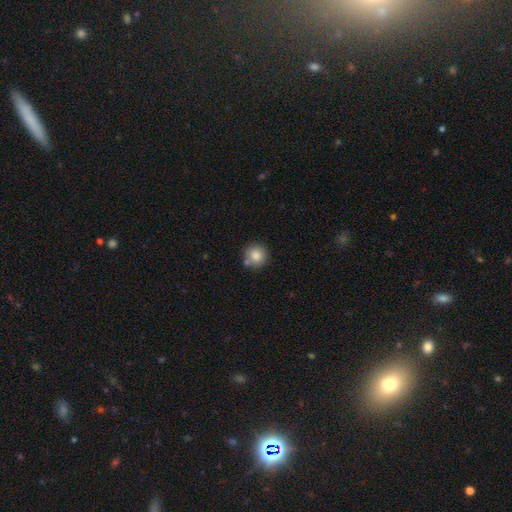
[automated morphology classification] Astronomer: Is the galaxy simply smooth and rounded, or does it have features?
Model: smooth — 84%.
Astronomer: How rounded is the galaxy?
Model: round — 93%.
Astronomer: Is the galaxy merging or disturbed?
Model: none — 74%.